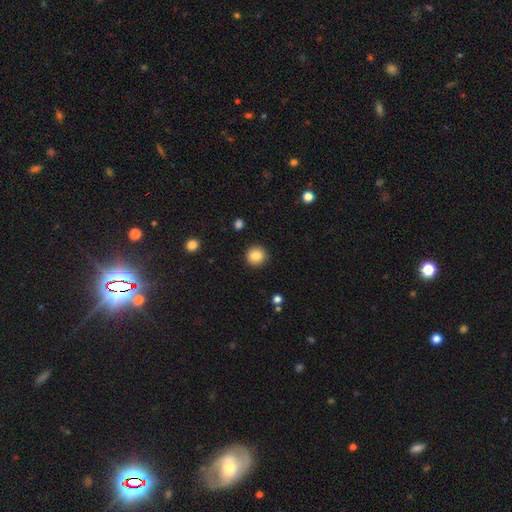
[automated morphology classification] A smooth galaxy with no disk features (85%) that is round (92%). Merging: none (91%).